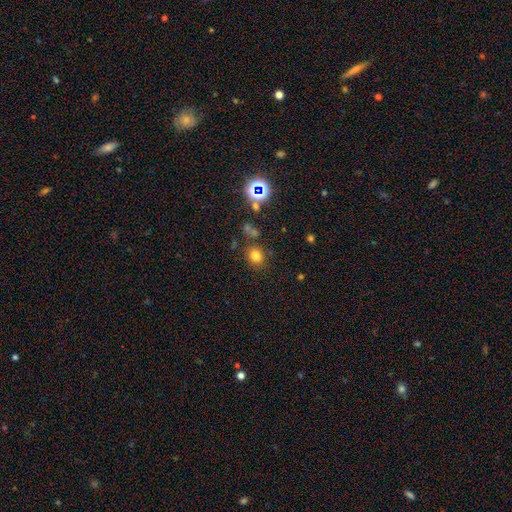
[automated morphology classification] The model was most divided on "how rounded": round: 64%, in between: 35%, cigar-shaped: 1%. More confident: merging — none (77%); smooth or featured — smooth (73%).